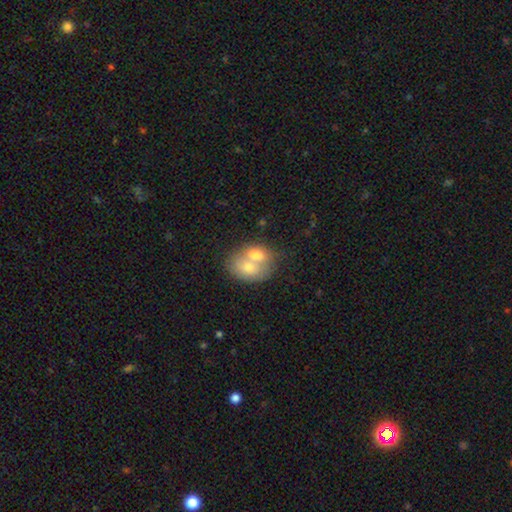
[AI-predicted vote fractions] Smooth or featured? Predicted: smooth (p=0.66). How rounded? Predicted: in between (p=0.59). Merging? Predicted: merger (p=0.71).